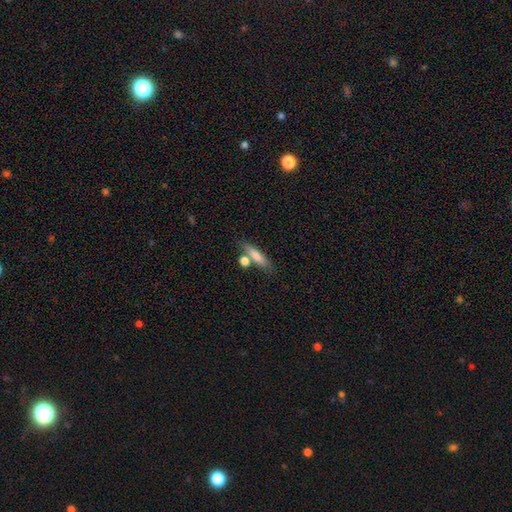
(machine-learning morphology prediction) smooth 75%, featured or disk 17%, star or artifact 8%. Down the decision tree: how rounded — cigar-shaped (65%); merging — none (63%).